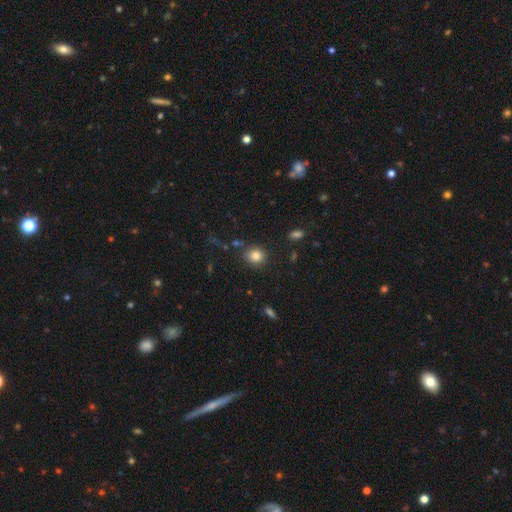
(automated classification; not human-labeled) Smooth or featured?
  - smooth: 82% *
  - star or artifact: 11%
  - featured or disk: 7%
How rounded?
  - round: 84% *
  - in between: 15%
  - cigar-shaped: 1%
Merging?
  - none: 83% *
  - minor disturbance: 10%
  - merger: 4%
  - major disturbance: 3%